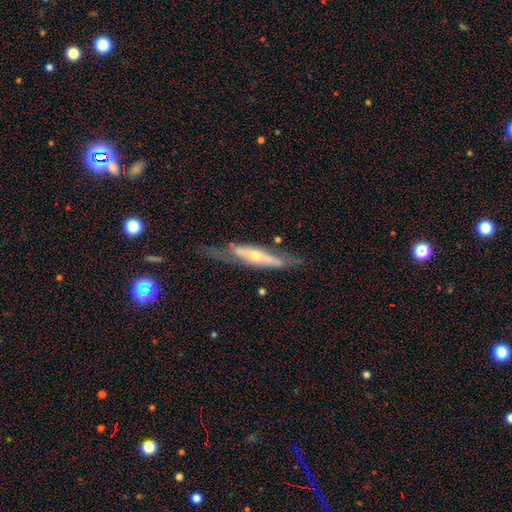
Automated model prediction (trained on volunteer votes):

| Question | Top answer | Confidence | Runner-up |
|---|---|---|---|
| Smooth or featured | featured or disk | 68% | smooth (27%) |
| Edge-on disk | yes | 64% | no (36%) |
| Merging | none | 54% | minor disturbance (26%) |